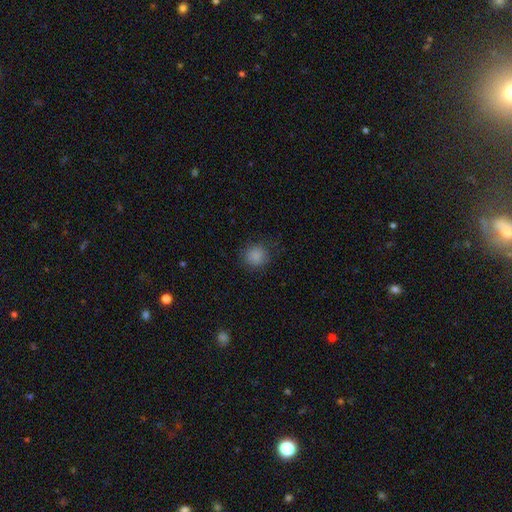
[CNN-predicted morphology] smooth 86%, star or artifact 10%, featured or disk 4%. Down the decision tree: how rounded — round (90%); merging — none (84%).